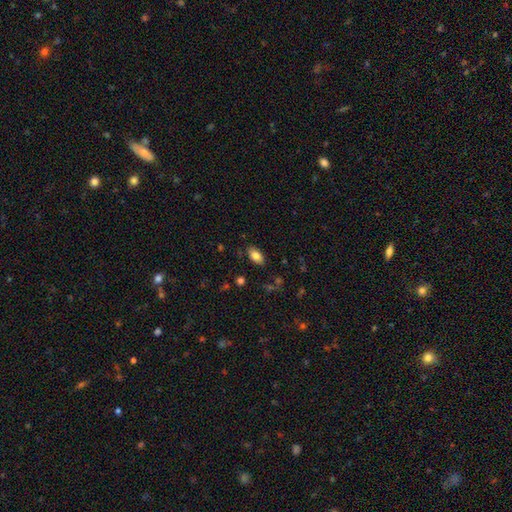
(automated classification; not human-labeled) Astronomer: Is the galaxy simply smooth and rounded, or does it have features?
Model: smooth — 83%.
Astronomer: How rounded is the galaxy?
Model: in between — 92%.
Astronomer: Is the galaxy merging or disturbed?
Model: none — 84%.